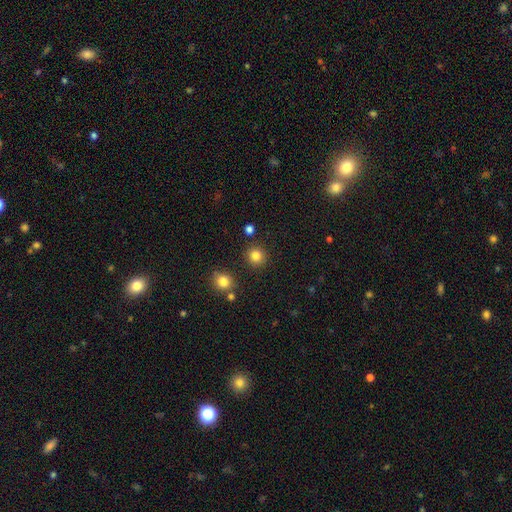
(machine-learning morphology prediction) smooth 83%, star or artifact 12%, featured or disk 5%. Down the decision tree: how rounded — round (93%); merging — none (89%).